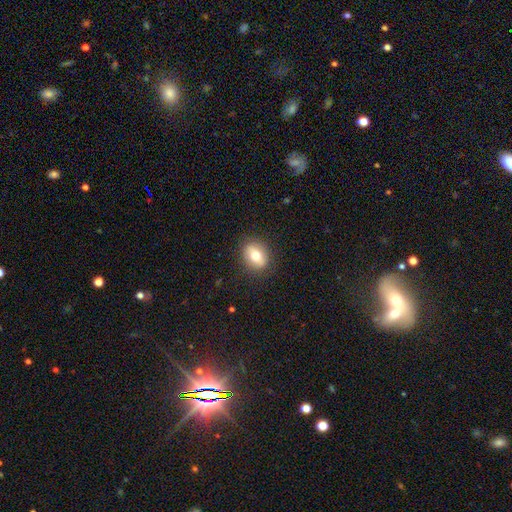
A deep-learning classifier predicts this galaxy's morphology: Smooth or featured? Predicted: smooth (p=0.70). How rounded? Predicted: in between (p=0.54). Merging? Predicted: none (p=0.86).